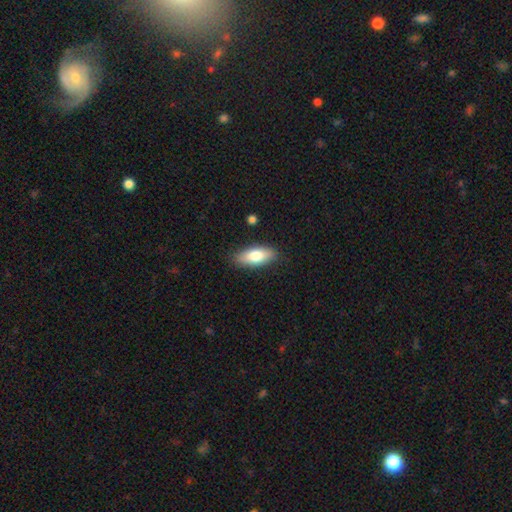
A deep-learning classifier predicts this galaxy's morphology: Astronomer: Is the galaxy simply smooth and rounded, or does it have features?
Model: smooth — 79%.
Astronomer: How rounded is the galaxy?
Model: in between — 78%.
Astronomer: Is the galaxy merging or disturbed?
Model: none — 85%.